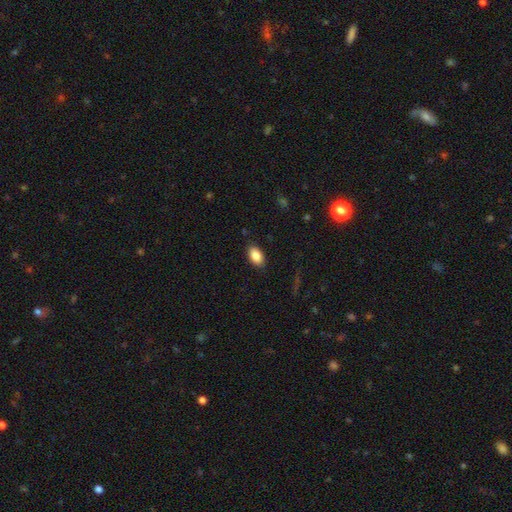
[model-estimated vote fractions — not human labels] Q: Smooth or featured?
A: smooth (86%); runner-up: star or artifact (8%)
Q: How rounded?
A: in between (92%); runner-up: round (6%)
Q: Merging?
A: none (87%); runner-up: minor disturbance (10%)